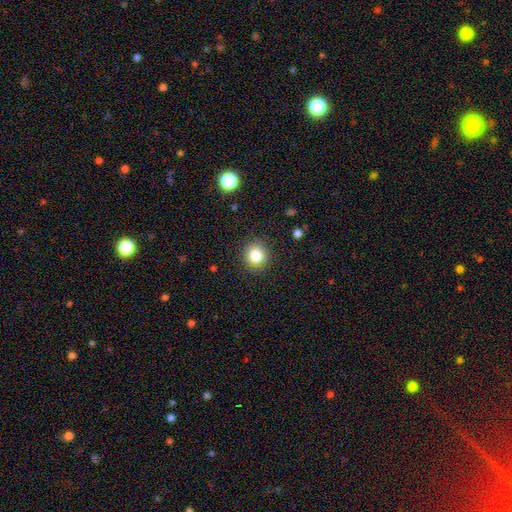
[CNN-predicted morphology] The model was most divided on "smooth or featured": smooth: 82%, star or artifact: 12%, featured or disk: 7%. More confident: how rounded — round (90%); merging — none (88%).